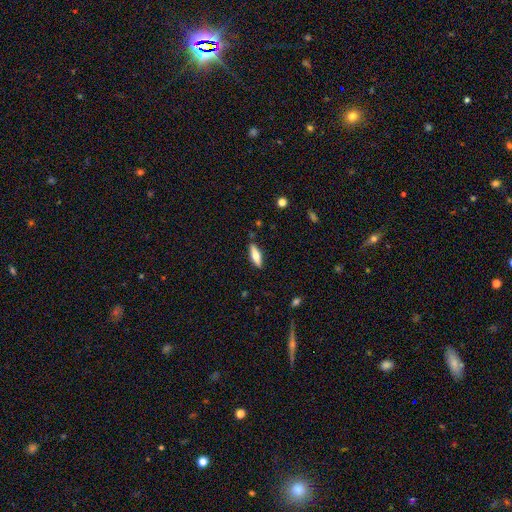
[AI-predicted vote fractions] Smooth or featured: smooth — 57% (featured or disk — 37%)
How rounded: cigar-shaped — 53% (in between — 45%)
Merging: none — 87% (minor disturbance — 10%)